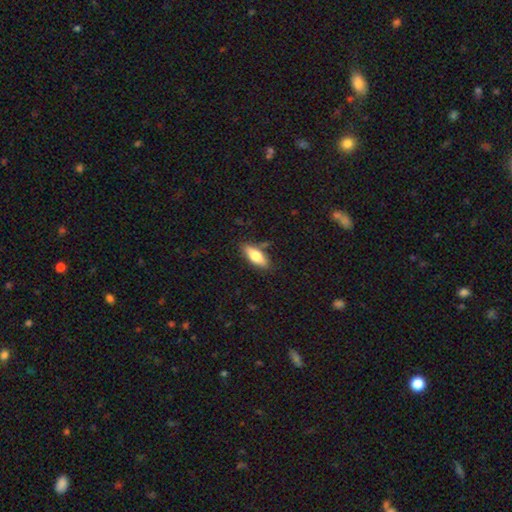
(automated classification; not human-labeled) smooth-or-featured: smooth: 74% | featured or disk: 20% | star or artifact: 6%
  how-rounded: in between: 72% | cigar-shaped: 25% | round: 3%
  merging: none: 80% | minor disturbance: 14% | merger: 3% | major disturbance: 3%